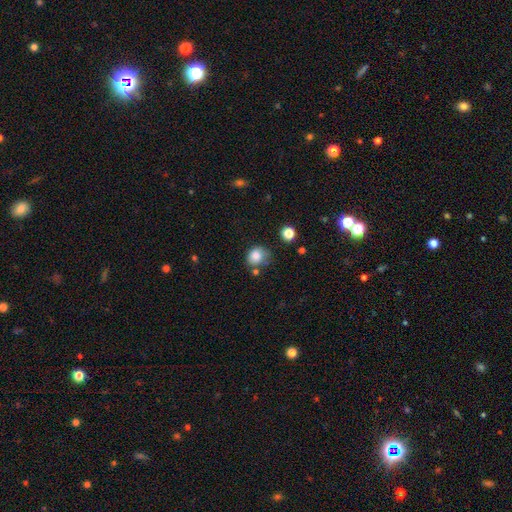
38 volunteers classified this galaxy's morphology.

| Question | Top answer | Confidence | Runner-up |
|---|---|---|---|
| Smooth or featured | smooth | 84% | featured or disk (8%) |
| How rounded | round | 72% | in between (28%) |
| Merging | minor disturbance | 49% | none (34%) |